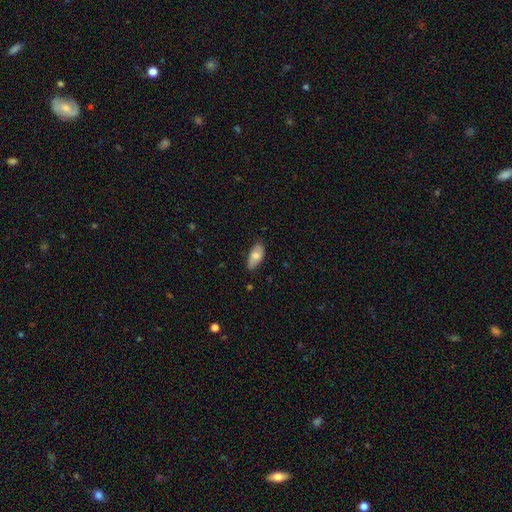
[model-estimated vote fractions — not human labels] A smooth galaxy with no disk features (73%) that is in between round and cigar-shaped (91%). Merging: none (74%).